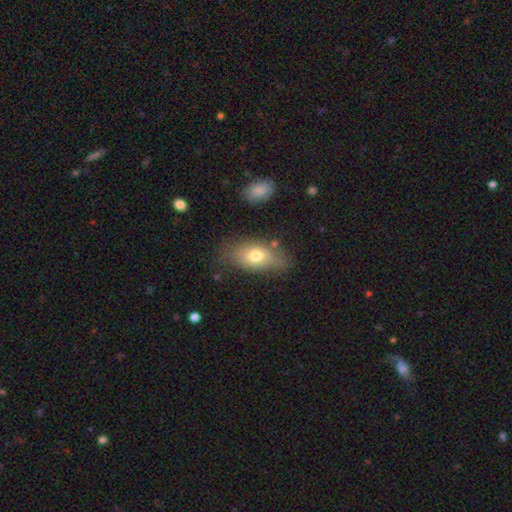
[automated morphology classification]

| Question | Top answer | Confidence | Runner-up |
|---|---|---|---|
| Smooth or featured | smooth | 72% | featured or disk (19%) |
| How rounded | in between | 86% | round (9%) |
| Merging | none | 68% | minor disturbance (21%) |